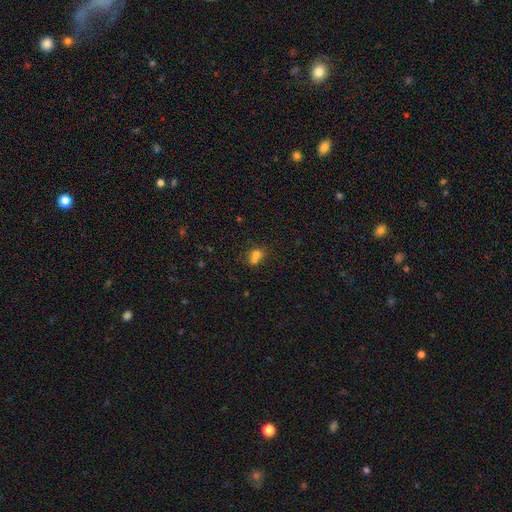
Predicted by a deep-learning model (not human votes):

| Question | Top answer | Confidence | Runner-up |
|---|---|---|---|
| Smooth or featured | smooth | 67% | featured or disk (17%) |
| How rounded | round | 66% | in between (33%) |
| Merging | merger | 58% | none (30%) |